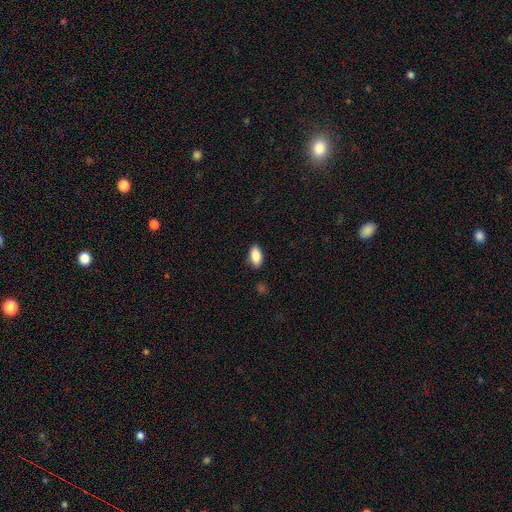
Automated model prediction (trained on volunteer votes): A smooth galaxy with no disk features (88%) that is in between round and cigar-shaped (92%). Merging: none (87%).